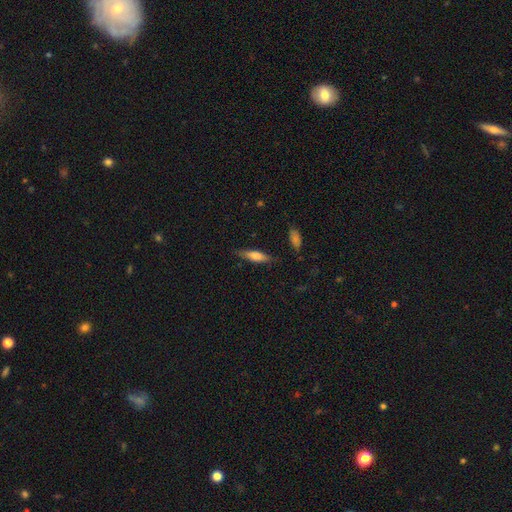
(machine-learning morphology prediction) Smooth or featured?
  - smooth: 62% *
  - featured or disk: 31%
  - star or artifact: 7%
How rounded?
  - cigar-shaped: 67% *
  - in between: 31%
  - round: 2%
Merging?
  - none: 80% *
  - minor disturbance: 15%
  - major disturbance: 3%
  - merger: 2%